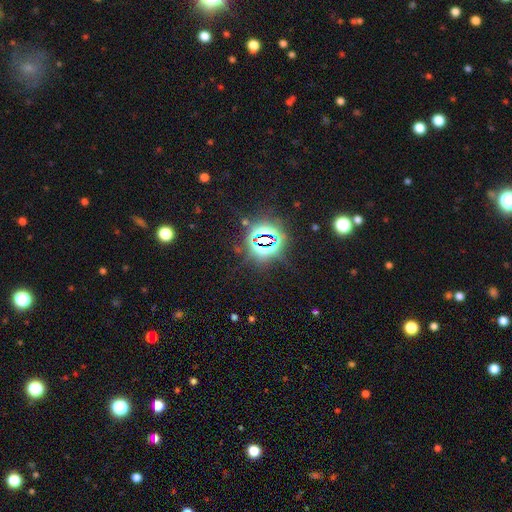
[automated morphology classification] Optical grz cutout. It shows a star or artifact, not a galaxy (81%).